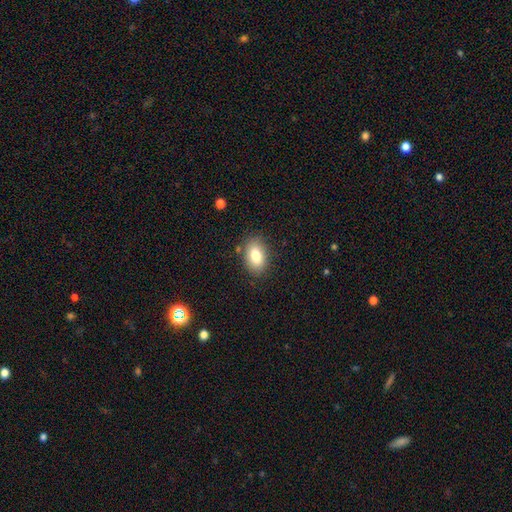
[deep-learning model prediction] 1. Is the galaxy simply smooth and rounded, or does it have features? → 80% smooth, 11% featured or disk, 9% star or artifact.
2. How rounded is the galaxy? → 87% in between, 12% round, 2% cigar-shaped.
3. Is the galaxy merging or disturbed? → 83% none, 12% minor disturbance, 3% major disturbance, 2% merger.